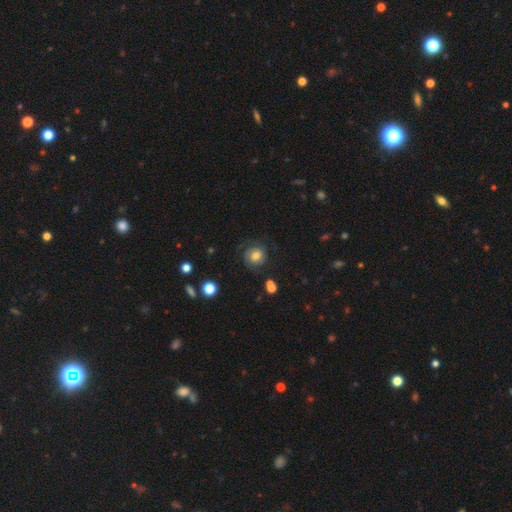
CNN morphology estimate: Overall: smooth (47%; featured or disk 42%). Merging: none (70%).